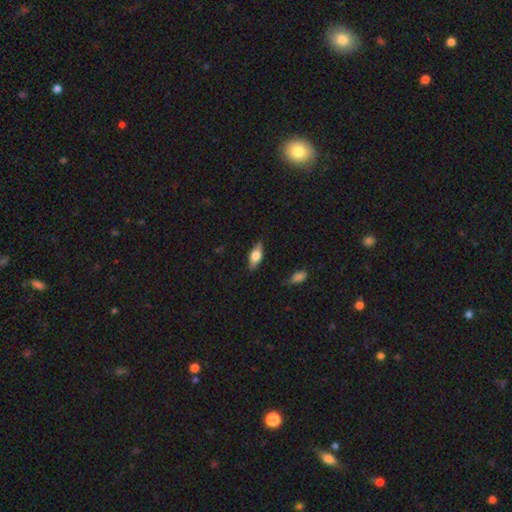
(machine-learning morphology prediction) Q: Smooth or featured?
A: smooth (56%); runner-up: featured or disk (37%)
Q: How rounded?
A: in between (74%); runner-up: cigar-shaped (22%)
Q: Merging?
A: none (82%); runner-up: minor disturbance (14%)